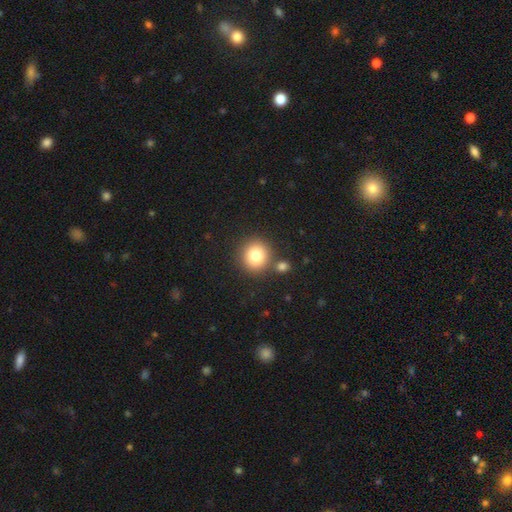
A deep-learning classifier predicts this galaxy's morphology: smooth-or-featured: smooth: 81% | star or artifact: 11% | featured or disk: 8%
  how-rounded: round: 89% | in between: 10% | cigar-shaped: 1%
  merging: none: 79% | merger: 10% | minor disturbance: 8% | major disturbance: 3%